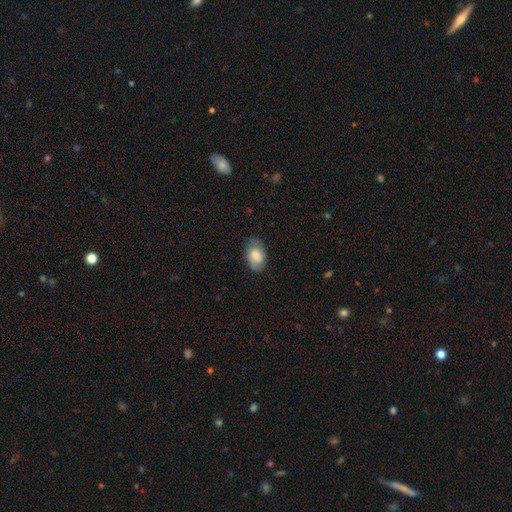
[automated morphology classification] smooth-or-featured: smooth: 76% | featured or disk: 17% | star or artifact: 7%
  how-rounded: in between: 91% | round: 8% | cigar-shaped: 1%
  merging: none: 71% | minor disturbance: 23% | major disturbance: 5% | merger: 1%